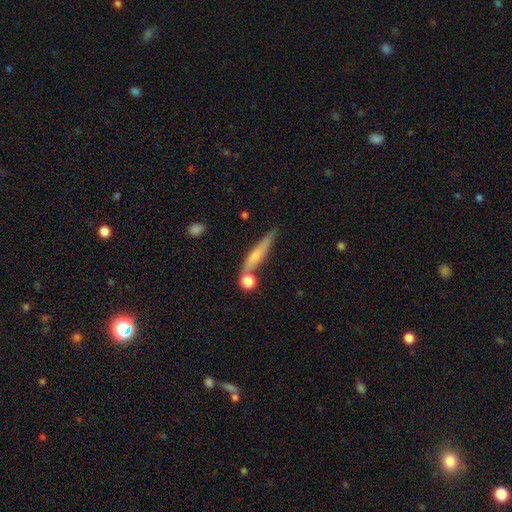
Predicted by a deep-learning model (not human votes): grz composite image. It shows a smooth galaxy with no disk features (50%) that is cigar-shaped (86%). Merging: none (62%).